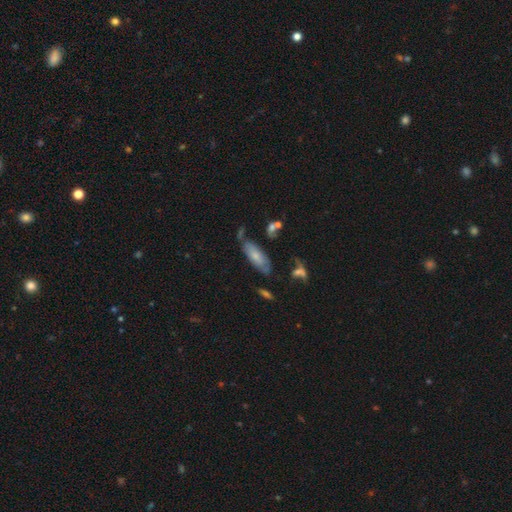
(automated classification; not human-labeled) Overall: smooth (64%; featured or disk 28%). How rounded: in between (70%). Merging: none (59%; minor disturbance 24%).